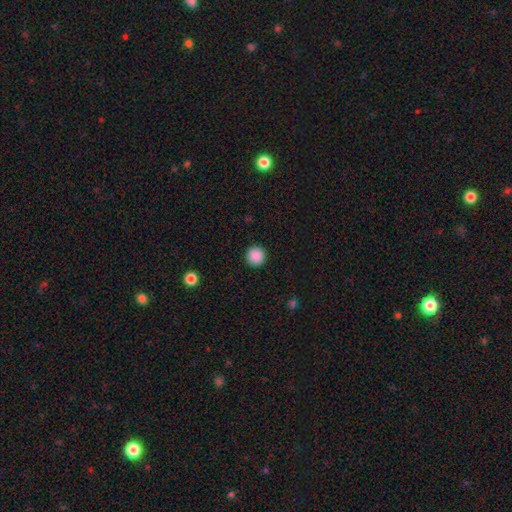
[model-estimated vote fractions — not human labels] Overall: smooth (89%). How rounded: round (96%). Merging: none (93%).